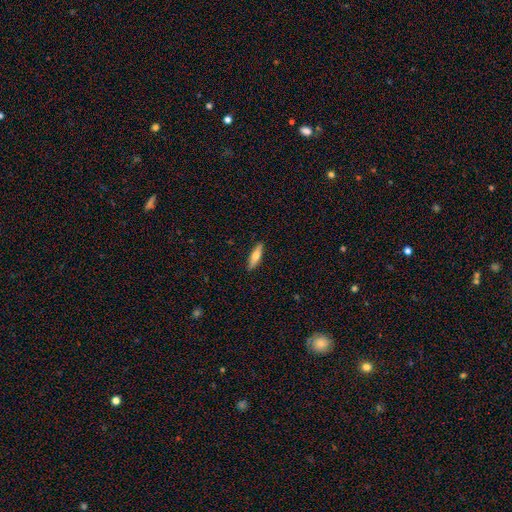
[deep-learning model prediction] Smooth or featured? smooth (58%)
How rounded? cigar-shaped (68%)
Merging? none (90%)